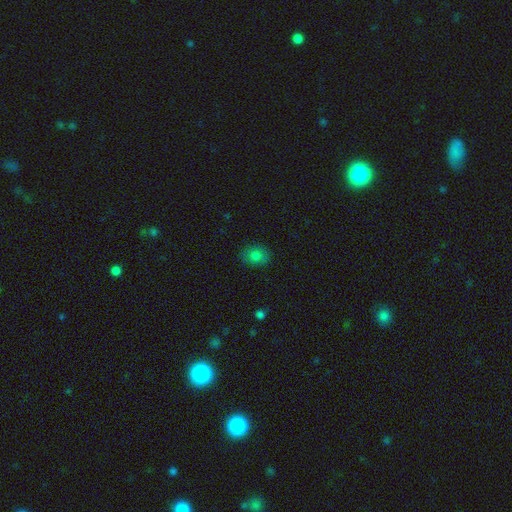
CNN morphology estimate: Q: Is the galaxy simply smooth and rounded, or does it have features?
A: smooth — 80%.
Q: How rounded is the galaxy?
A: in between — 51%.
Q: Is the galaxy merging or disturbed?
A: none — 84%.